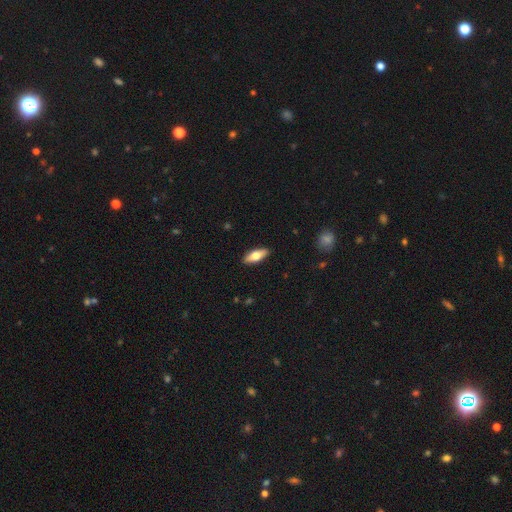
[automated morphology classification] type=smooth (65%); roundness=in between (69%); merging=none (89%).